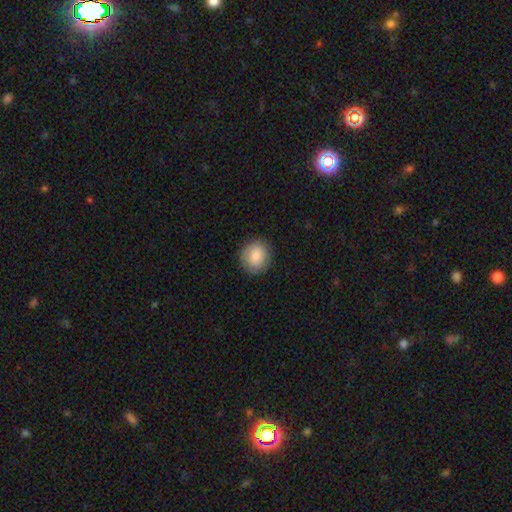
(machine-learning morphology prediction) Q: Smooth or featured?
A: smooth (84%); runner-up: featured or disk (9%)
Q: How rounded?
A: round (80%); runner-up: in between (19%)
Q: Merging?
A: none (87%); runner-up: minor disturbance (10%)